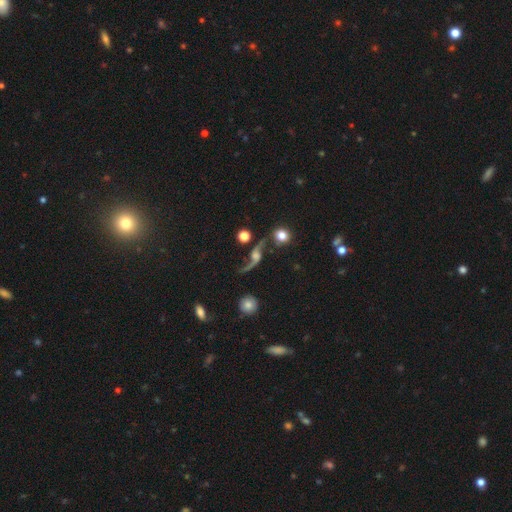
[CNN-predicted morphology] Smooth or featured?
  - featured or disk: 82% *
  - smooth: 9%
  - star or artifact: 9%
Edge-on disk?
  - no: 91% *
  - yes: 9%
Bar?
  - no: 58% *
  - weak: 31%
  - strong: 11%
Spiral arms?
  - yes: 95% *
  - no: 5%
Spiral winding?
  - loose: 92% *
  - medium: 6%
  - tight: 2%
Spiral arm count?
  - 2: 94% *
  - 1: 2%
  - can't tell: 1%
  - 3: 1%
  - 4: 1%
  - more than 4: 1%
Bulge size?
  - moderate: 37% *
  - small: 26%
  - large: 19%
  - none: 12%
  - dominant: 5%
Merging?
  - none: 64% *
  - minor disturbance: 16%
  - major disturbance: 14%
  - merger: 7%